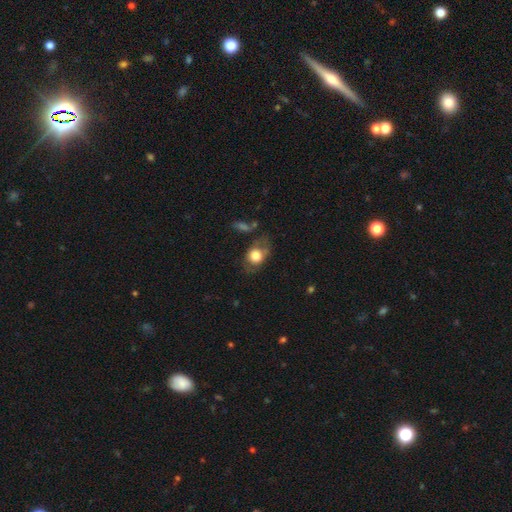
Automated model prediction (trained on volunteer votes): Overall: smooth (67%). How rounded: in between (62%; round 36%). Merging: none (54%; minor disturbance 25%).